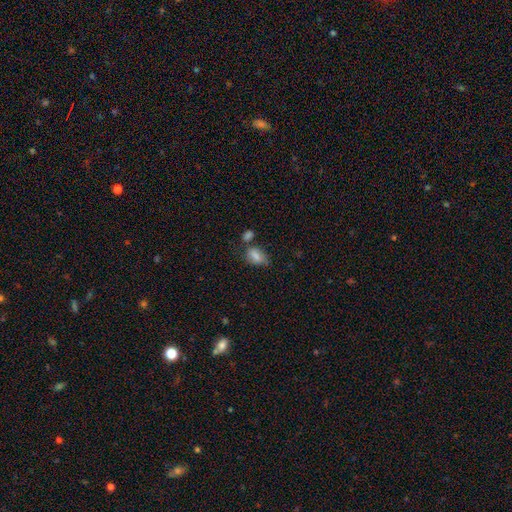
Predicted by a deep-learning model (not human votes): smooth 81%, featured or disk 10%, star or artifact 9%. Down the decision tree: how rounded — in between (87%); merging — none (49%).